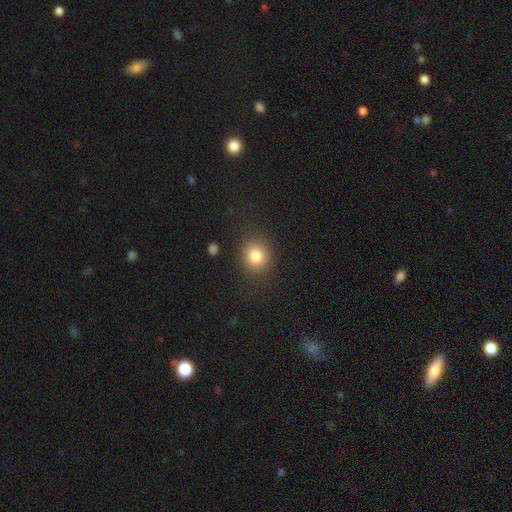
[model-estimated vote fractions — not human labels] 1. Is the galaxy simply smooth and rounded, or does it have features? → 82% smooth, 11% star or artifact, 7% featured or disk.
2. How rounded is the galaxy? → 86% round, 13% in between, 1% cigar-shaped.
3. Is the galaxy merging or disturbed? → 87% none, 8% minor disturbance, 4% major disturbance, 2% merger.